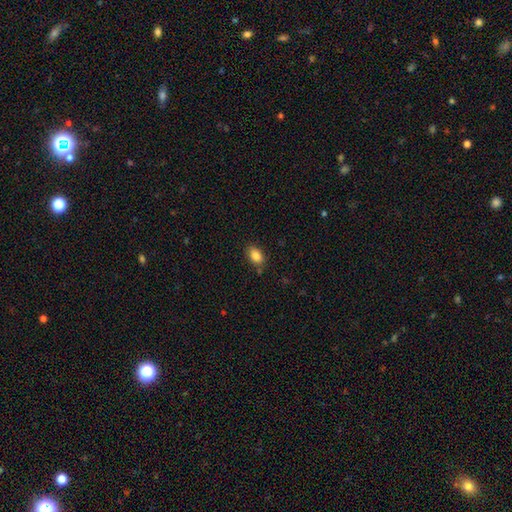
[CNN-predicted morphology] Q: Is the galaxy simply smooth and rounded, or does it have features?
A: smooth — 86%.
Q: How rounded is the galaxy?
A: in between — 86%.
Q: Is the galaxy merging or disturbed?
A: none — 82%.